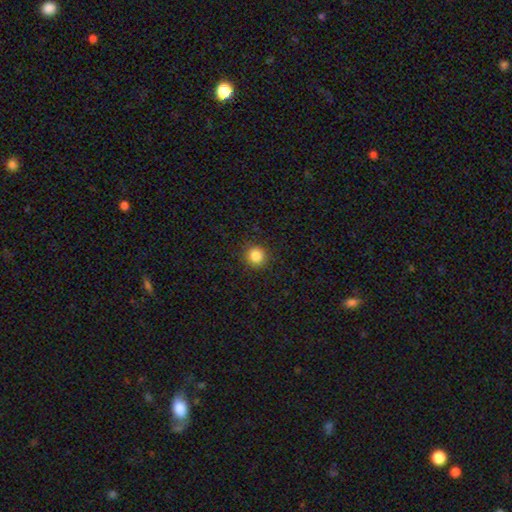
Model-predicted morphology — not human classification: This is clearly a smooth galaxy (85%). How rounded: clearly round (93%). Merging: clearly none (91%).